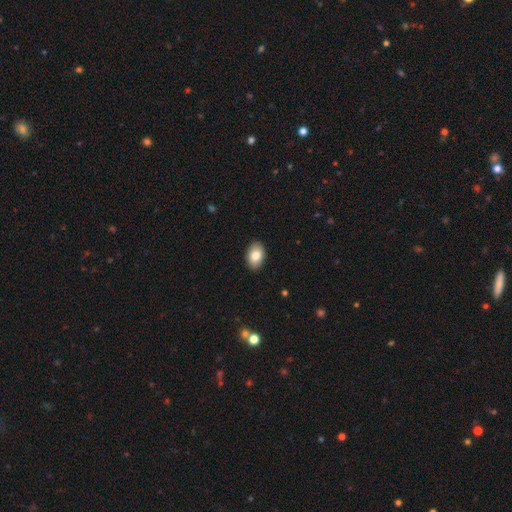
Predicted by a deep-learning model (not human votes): smooth 82%, featured or disk 10%, star or artifact 7%. Down the decision tree: how rounded — in between (87%); merging — none (90%).